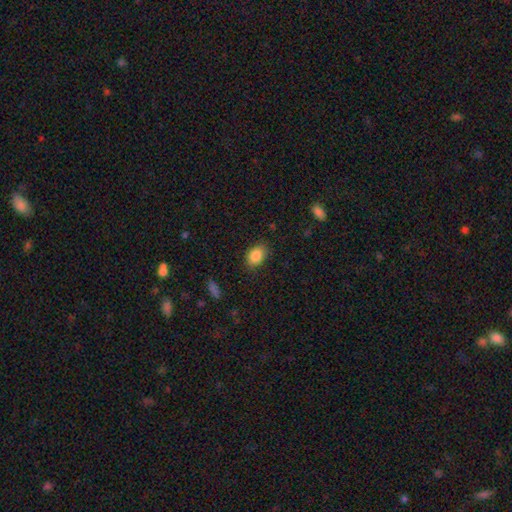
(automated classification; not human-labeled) This appears to be a smooth galaxy with no disk features (86%) that is in between round and cigar-shaped (78%). Merging: none (83%).